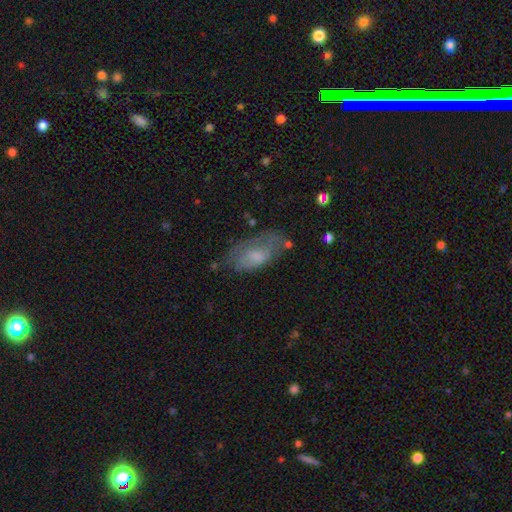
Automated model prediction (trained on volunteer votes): This is possibly a smooth galaxy (54%). How rounded: clearly in between (90%). Merging: possibly none (50%).